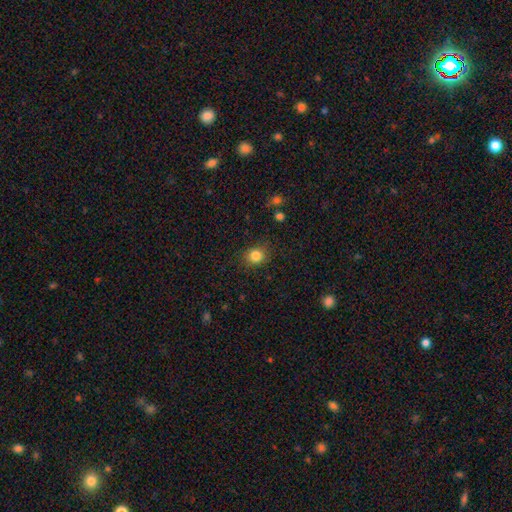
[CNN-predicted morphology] Smooth or featured? Predicted: smooth (p=0.84). How rounded? Predicted: round (p=0.78). Merging? Predicted: none (p=0.86).